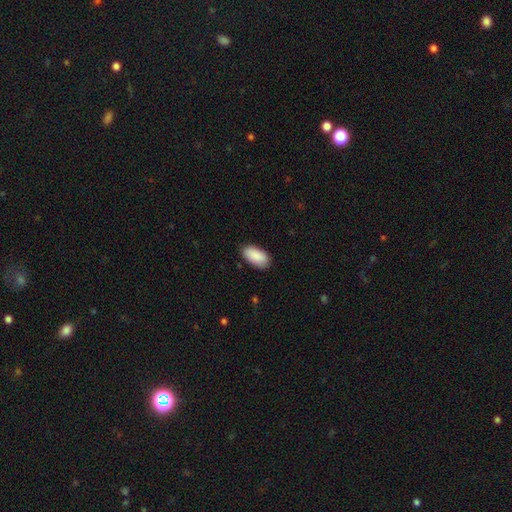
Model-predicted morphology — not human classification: smooth 91%, star or artifact 6%, featured or disk 3%. Down the decision tree: how rounded — in between (95%); merging — none (87%).